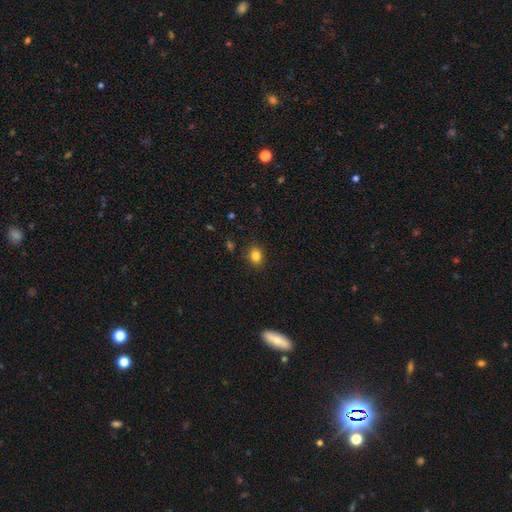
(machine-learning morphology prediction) A smooth galaxy with no disk features (83%) that is in between round and cigar-shaped (51%). Merging: none (86%).